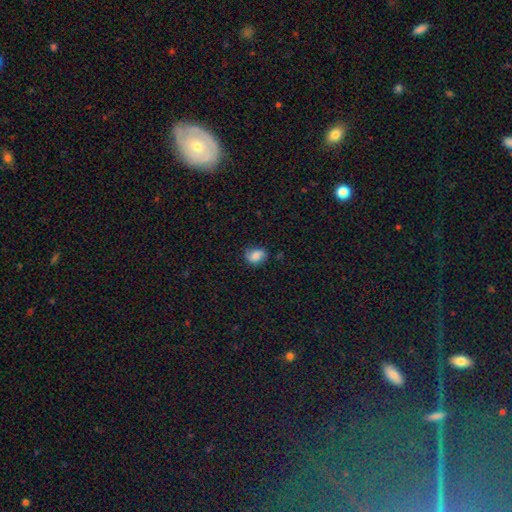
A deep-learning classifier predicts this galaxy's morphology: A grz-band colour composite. It shows a smooth galaxy with no disk features (70%) that is in between round and cigar-shaped (61%). Merging: none (74%).